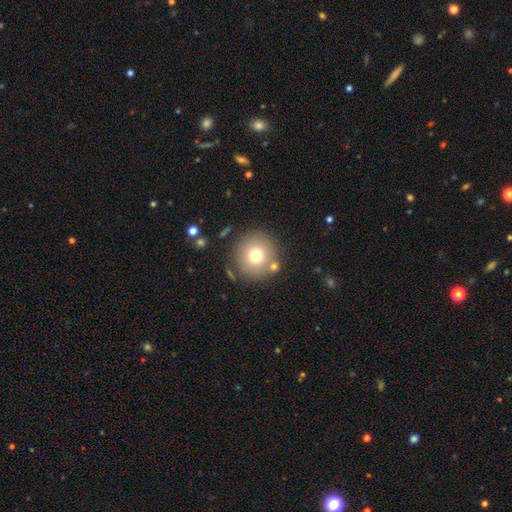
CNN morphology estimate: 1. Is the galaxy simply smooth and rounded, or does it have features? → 74% smooth, 15% featured or disk, 11% star or artifact.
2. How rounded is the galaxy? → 94% round, 5% in between, 1% cigar-shaped.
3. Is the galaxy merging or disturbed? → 80% none, 9% minor disturbance, 7% merger, 4% major disturbance.